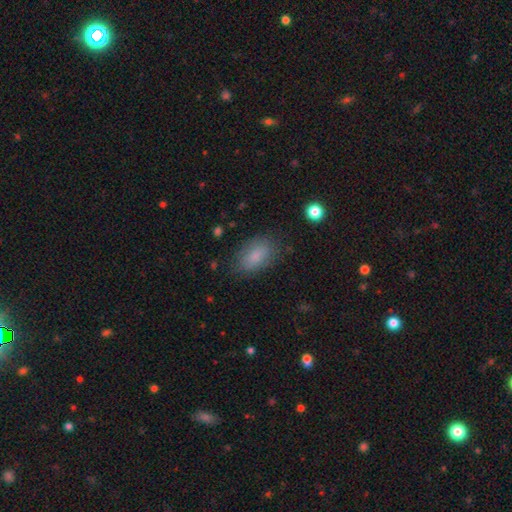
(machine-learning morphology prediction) Q: Smooth or featured?
A: smooth (83%); runner-up: featured or disk (9%)
Q: How rounded?
A: in between (91%); runner-up: round (6%)
Q: Merging?
A: none (80%); runner-up: minor disturbance (14%)